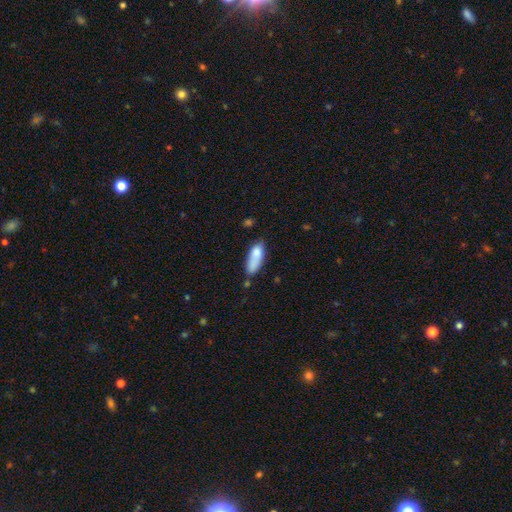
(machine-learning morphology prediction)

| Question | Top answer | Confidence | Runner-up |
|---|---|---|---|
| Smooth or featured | smooth | 80% | featured or disk (12%) |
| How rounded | in between | 68% | cigar-shaped (30%) |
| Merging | none | 48% | minor disturbance (29%) |